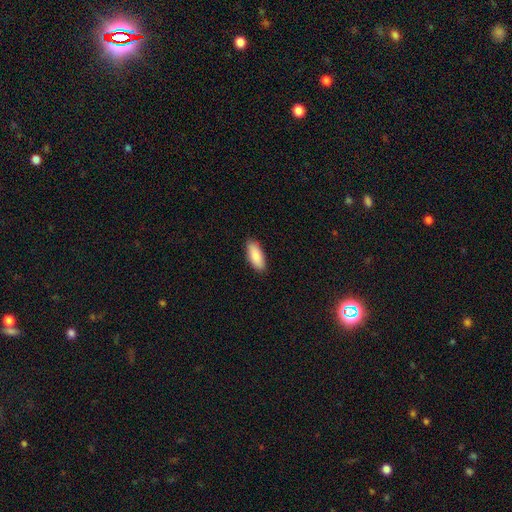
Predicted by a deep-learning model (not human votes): Smooth or featured?
  - smooth: 88% *
  - featured or disk: 7%
  - star or artifact: 6%
How rounded?
  - in between: 79% *
  - cigar-shaped: 19%
  - round: 2%
Merging?
  - none: 89% *
  - minor disturbance: 8%
  - major disturbance: 2%
  - merger: 1%